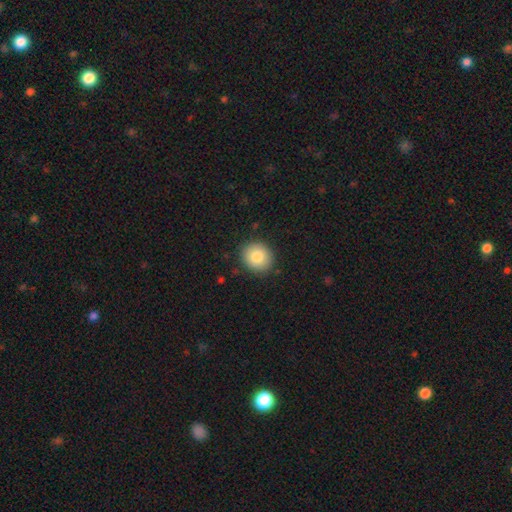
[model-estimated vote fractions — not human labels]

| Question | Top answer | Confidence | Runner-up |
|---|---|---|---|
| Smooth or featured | smooth | 84% | featured or disk (8%) |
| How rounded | round | 83% | in between (16%) |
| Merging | none | 89% | minor disturbance (8%) |